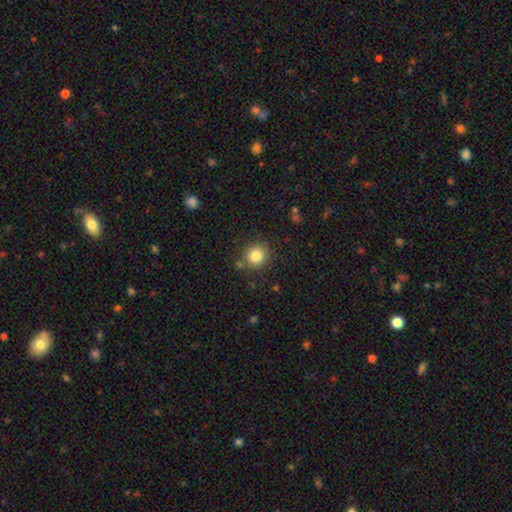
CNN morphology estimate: Smooth or featured? smooth (83%)
How rounded? round (90%)
Merging? none (83%)